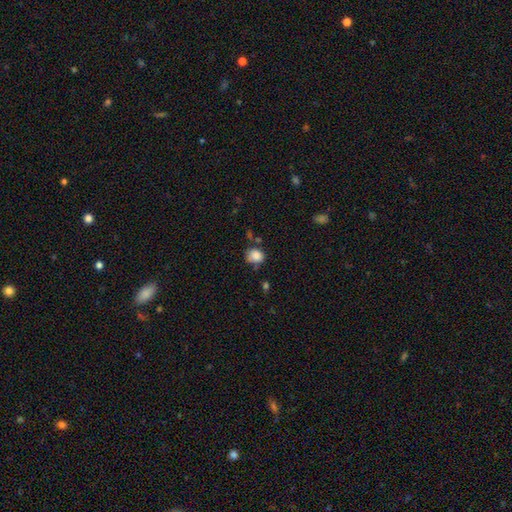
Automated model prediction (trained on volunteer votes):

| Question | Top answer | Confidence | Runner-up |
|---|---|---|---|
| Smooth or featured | smooth | 85% | star or artifact (9%) |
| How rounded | round | 70% | in between (30%) |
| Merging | none | 58% | minor disturbance (25%) |